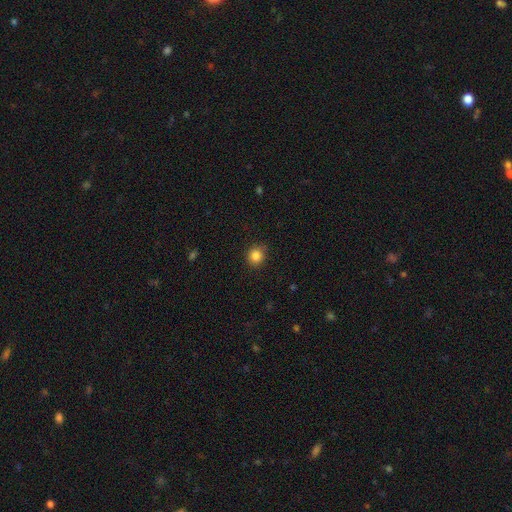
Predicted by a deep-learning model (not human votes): Morphology: type=smooth (85%); roundness=round (85%); merging=none (87%).